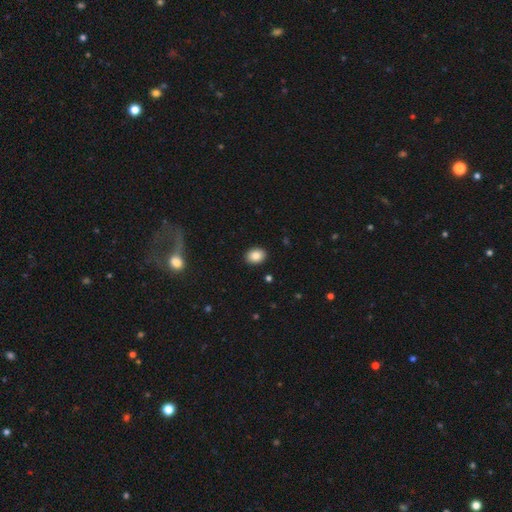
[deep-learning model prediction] smooth 86%, star or artifact 9%, featured or disk 6%. Down the decision tree: how rounded — in between (60%); merging — none (91%).